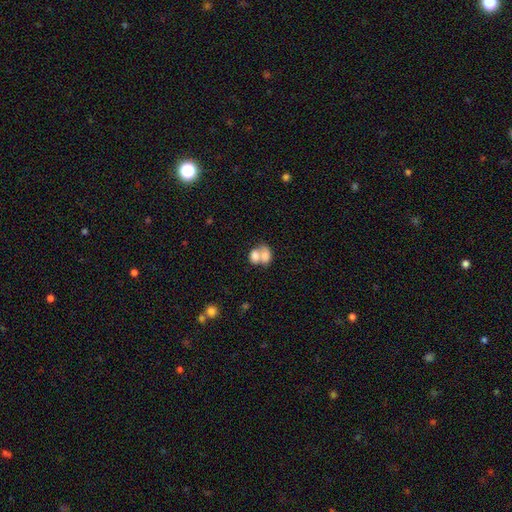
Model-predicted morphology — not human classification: The model was most divided on "how rounded": in between: 71%, round: 28%, cigar-shaped: 1%. More confident: smooth or featured — smooth (73%); merging — merger (73%).